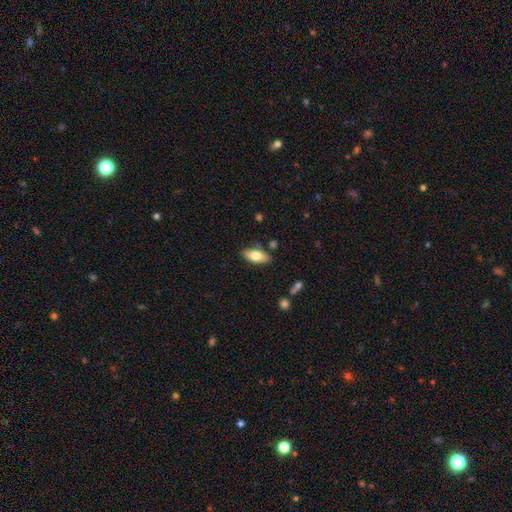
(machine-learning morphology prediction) smooth 72%, featured or disk 21%, star or artifact 7%. Down the decision tree: how rounded — in between (84%); merging — none (82%).